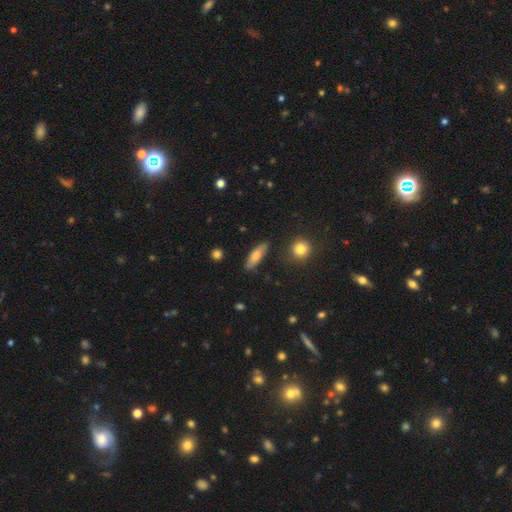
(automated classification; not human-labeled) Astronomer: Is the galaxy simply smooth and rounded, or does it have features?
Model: smooth — 70%.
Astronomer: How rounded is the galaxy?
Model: cigar-shaped — 49% (runner-up: in between, 48%).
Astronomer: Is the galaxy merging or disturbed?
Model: none — 83%.